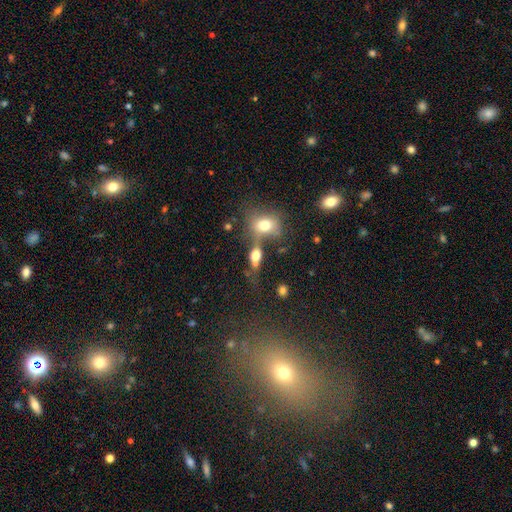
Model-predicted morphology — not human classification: Smooth or featured? Predicted: smooth (p=0.60). How rounded? Predicted: in between (p=0.63). Merging? Predicted: none (p=0.38).